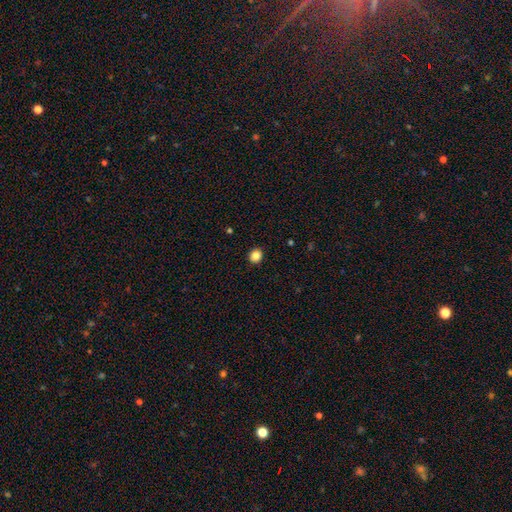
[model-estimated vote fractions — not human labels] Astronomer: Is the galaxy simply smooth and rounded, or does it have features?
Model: smooth — 85%.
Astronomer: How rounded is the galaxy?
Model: round — 83%.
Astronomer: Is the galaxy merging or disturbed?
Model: none — 92%.